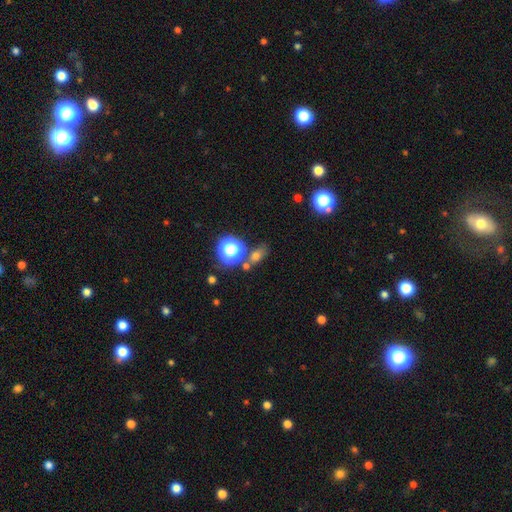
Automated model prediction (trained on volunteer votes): Smooth or featured?
  - smooth: 63% *
  - star or artifact: 26%
  - featured or disk: 12%
How rounded?
  - in between: 57% *
  - round: 37%
  - cigar-shaped: 6%
Merging?
  - none: 65% *
  - merger: 15%
  - minor disturbance: 14%
  - major disturbance: 6%